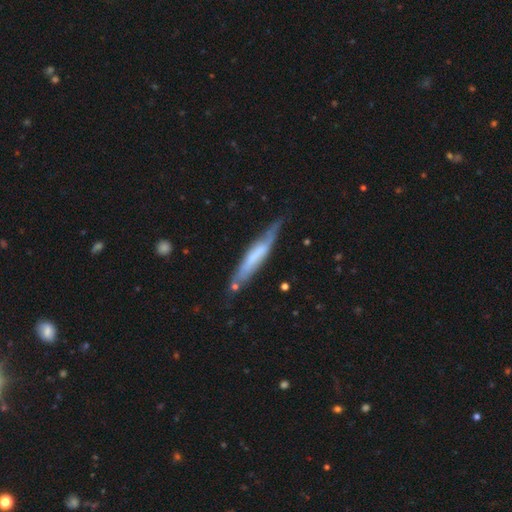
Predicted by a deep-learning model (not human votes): A featured or disk galaxy (53%) viewed edge-on (82%). Merging: none (65%).